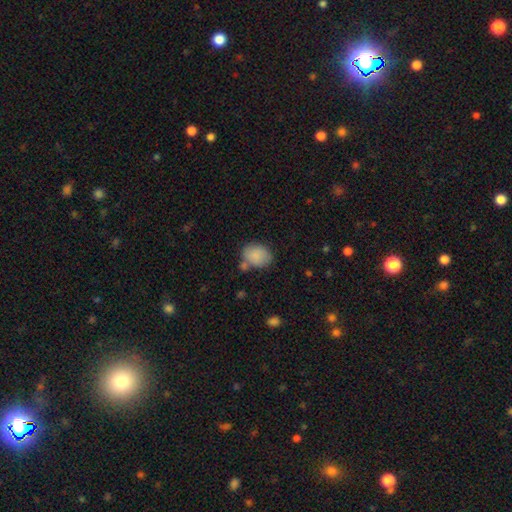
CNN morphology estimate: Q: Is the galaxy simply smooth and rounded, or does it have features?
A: smooth — 85%.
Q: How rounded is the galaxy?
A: in between — 56%.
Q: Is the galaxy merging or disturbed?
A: none — 59%.